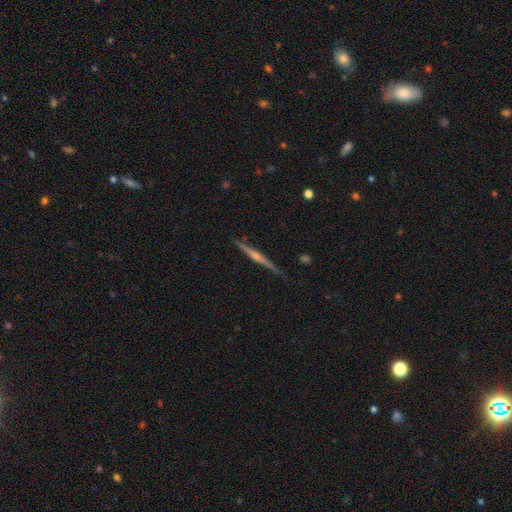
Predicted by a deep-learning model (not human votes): A featured or disk galaxy (74%) viewed edge-on (97%) with a rounded central bulge (75%). Merging: none (87%).